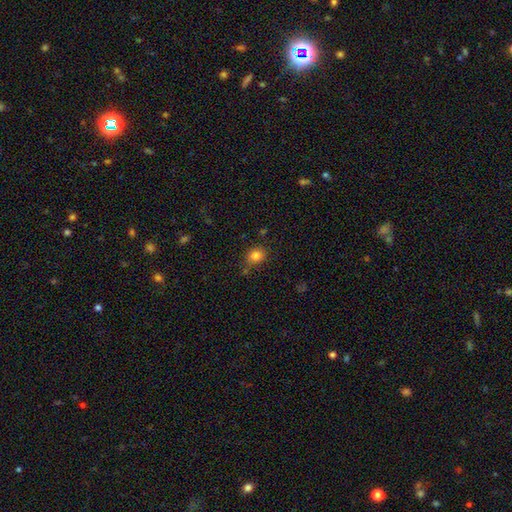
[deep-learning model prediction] This is clearly a smooth galaxy (82%). How rounded: likely round (75%). Merging: likely none (74%).